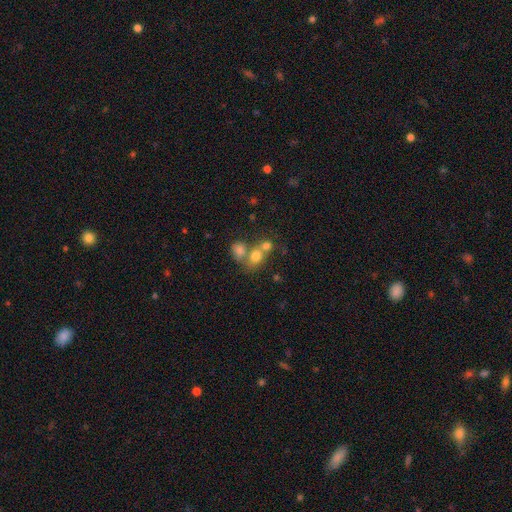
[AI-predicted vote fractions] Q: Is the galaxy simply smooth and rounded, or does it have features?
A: smooth — 72%.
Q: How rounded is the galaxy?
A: round — 63%.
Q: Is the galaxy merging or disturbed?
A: merger — 52%.